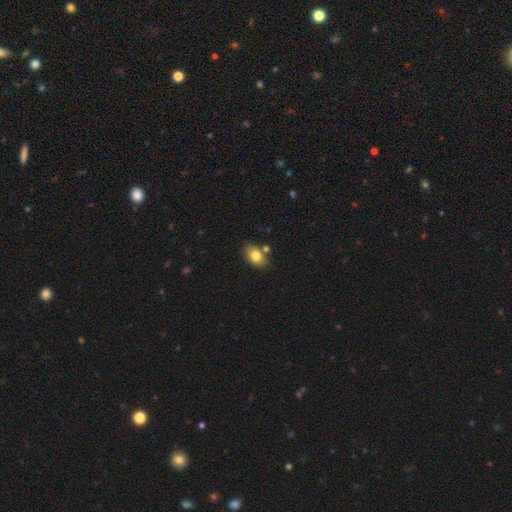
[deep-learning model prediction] Q: Smooth or featured?
A: smooth (80%); runner-up: featured or disk (11%)
Q: How rounded?
A: in between (82%); runner-up: round (16%)
Q: Merging?
A: none (73%); runner-up: minor disturbance (13%)